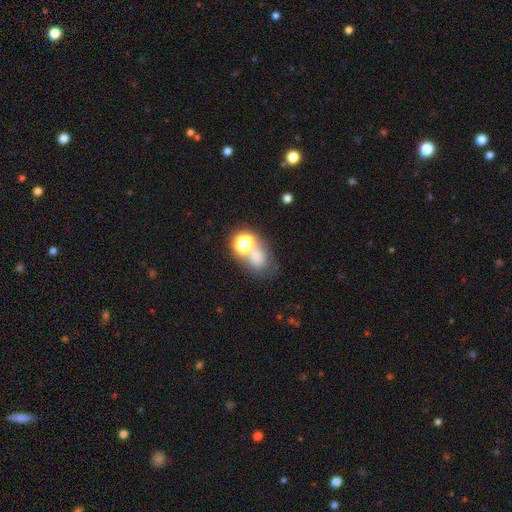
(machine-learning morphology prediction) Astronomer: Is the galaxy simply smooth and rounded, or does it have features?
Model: smooth — 62%.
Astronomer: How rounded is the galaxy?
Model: round — 60% (runner-up: in between, 39%).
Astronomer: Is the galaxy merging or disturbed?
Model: none — 44% (runner-up: merger, 36%).